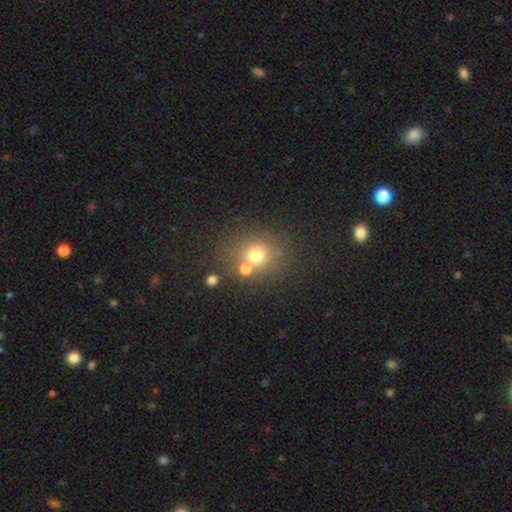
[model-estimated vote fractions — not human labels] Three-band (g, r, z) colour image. It shows a smooth galaxy with no disk features (69%) that is round (79%). Merging: none (62%).